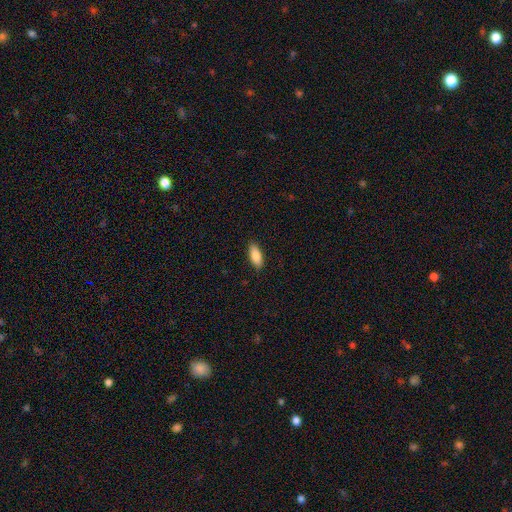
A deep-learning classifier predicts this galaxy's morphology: A smooth galaxy with no disk features (86%) that is in between round and cigar-shaped (79%). Merging: none (88%).